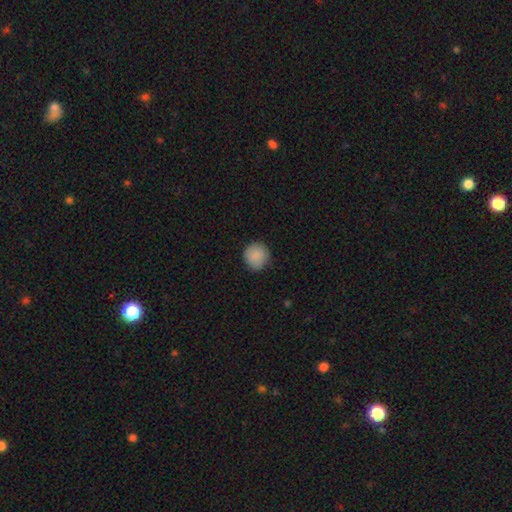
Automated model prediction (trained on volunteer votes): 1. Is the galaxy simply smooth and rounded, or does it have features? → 88% smooth, 7% star or artifact, 5% featured or disk.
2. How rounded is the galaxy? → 92% round, 7% in between, 1% cigar-shaped.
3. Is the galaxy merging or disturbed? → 85% none, 12% minor disturbance, 2% major disturbance, 1% merger.